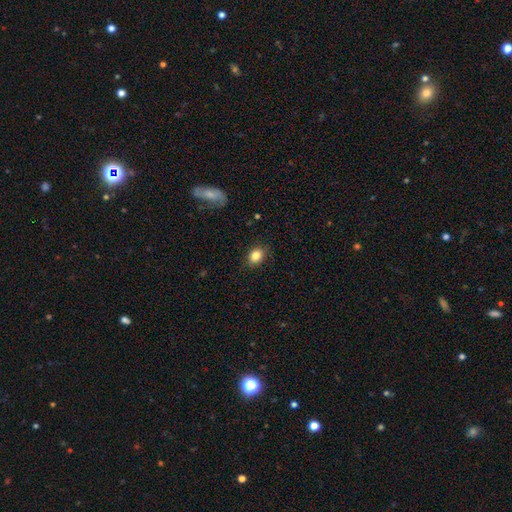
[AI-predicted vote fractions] Smooth or featured?
  - smooth: 84% *
  - star or artifact: 9%
  - featured or disk: 7%
How rounded?
  - in between: 60% *
  - round: 39%
  - cigar-shaped: 1%
Merging?
  - none: 85% *
  - minor disturbance: 12%
  - major disturbance: 3%
  - merger: 1%